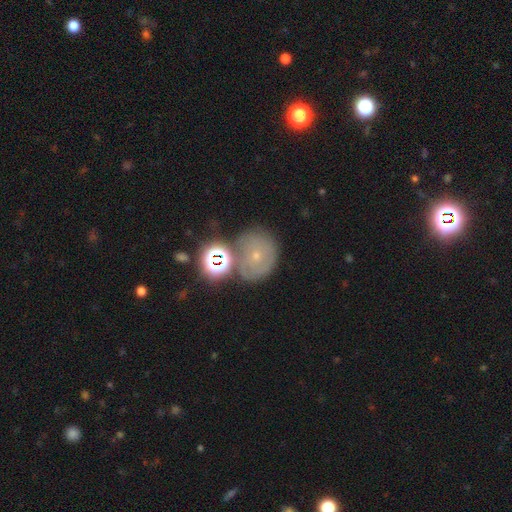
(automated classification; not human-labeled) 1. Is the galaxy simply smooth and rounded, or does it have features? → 35% featured or disk, 33% smooth, 33% star or artifact.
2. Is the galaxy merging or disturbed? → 66% none, 15% minor disturbance, 13% merger, 6% major disturbance.